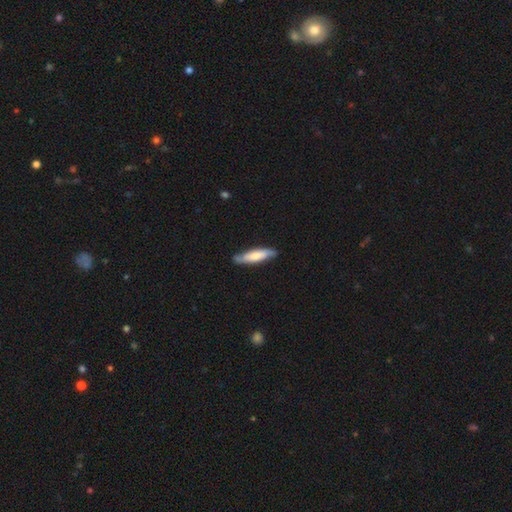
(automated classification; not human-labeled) Q: Smooth or featured?
A: smooth (59%); runner-up: featured or disk (36%)
Q: How rounded?
A: cigar-shaped (72%); runner-up: in between (26%)
Q: Merging?
A: none (80%); runner-up: minor disturbance (16%)